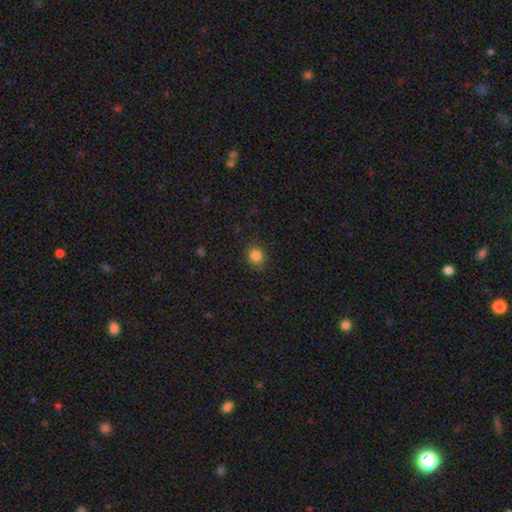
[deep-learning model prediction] Smooth or featured?
  - smooth: 85% *
  - star or artifact: 11%
  - featured or disk: 4%
How rounded?
  - round: 71% *
  - in between: 28%
  - cigar-shaped: 1%
Merging?
  - none: 87% *
  - minor disturbance: 9%
  - major disturbance: 3%
  - merger: 1%